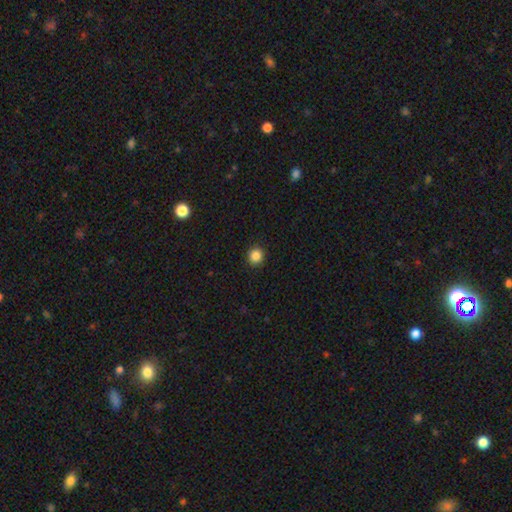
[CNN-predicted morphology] A smooth galaxy with no disk features (86%) that is round (92%).

Vote fractions:
- Smooth or featured? smooth: 86% / star or artifact: 11% / featured or disk: 3%
- How rounded? round: 92% / in between: 7% / cigar-shaped: 1%
- Merging? none: 92% / minor disturbance: 5% / major disturbance: 2% / merger: 1%